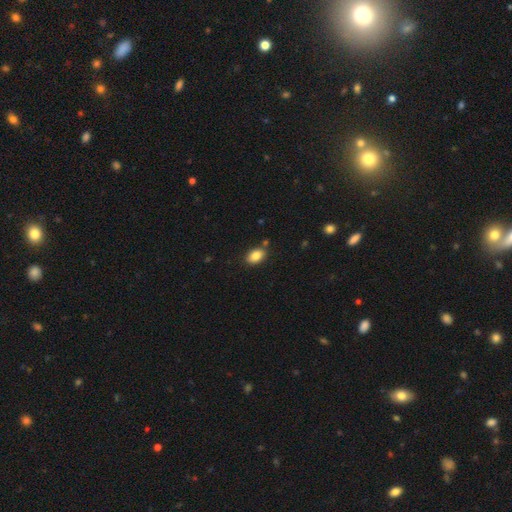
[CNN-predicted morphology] This is clearly a smooth galaxy (86%). How rounded: clearly in between (87%). Merging: clearly none (82%).